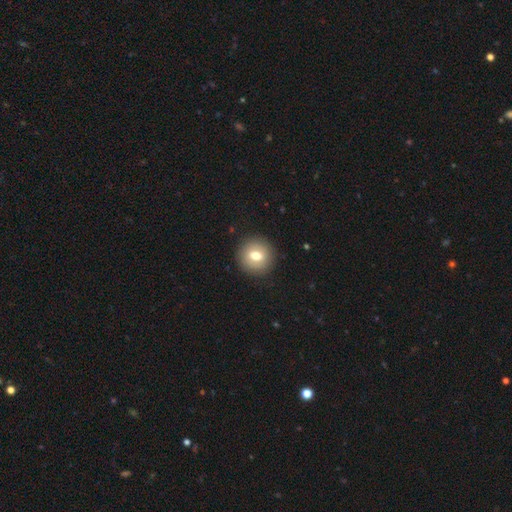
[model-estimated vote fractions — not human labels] smooth_or_featured: smooth (p=0.69) [alt: featured or disk p=0.22]
how_rounded: round (p=0.92) [alt: in between p=0.07]
merging: none (p=0.90) [alt: minor disturbance p=0.06]